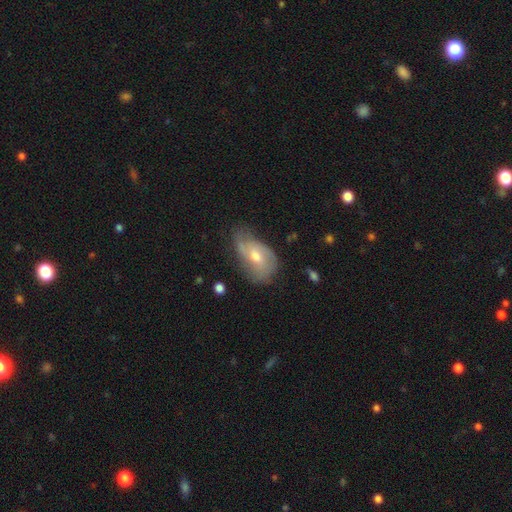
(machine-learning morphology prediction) smooth_or_featured: featured or disk (p=0.53) [alt: smooth p=0.38]
disk_edge_on: no (p=0.94) [alt: yes p=0.06]
bar: no (p=0.58) [alt: weak p=0.35]
has_spiral_arms: yes (p=0.68) [alt: no p=0.32]
bulge_size: moderate (p=0.63) [alt: small p=0.29]
merging: none (p=0.40) [alt: minor disturbance p=0.38]